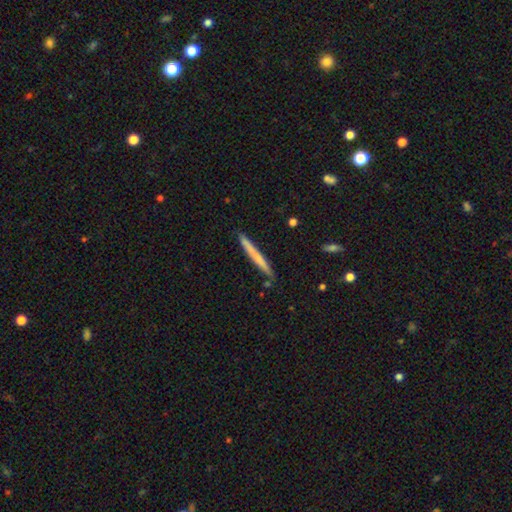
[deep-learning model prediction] The model was most divided on "smooth or featured": smooth: 60%, featured or disk: 34%, star or artifact: 6%. More confident: how rounded — cigar-shaped (97%); merging — none (88%).